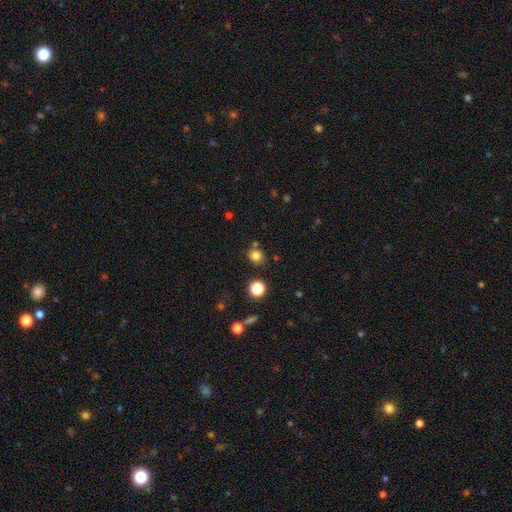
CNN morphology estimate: Q: Smooth or featured?
A: smooth (79%); runner-up: star or artifact (15%)
Q: How rounded?
A: round (83%); runner-up: in between (16%)
Q: Merging?
A: none (80%); runner-up: minor disturbance (9%)